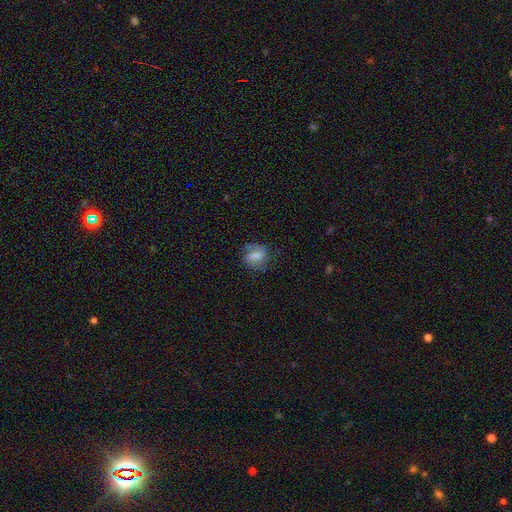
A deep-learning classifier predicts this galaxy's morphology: Smooth or featured? Predicted: smooth (p=0.49). Merging? Predicted: none (p=0.60).